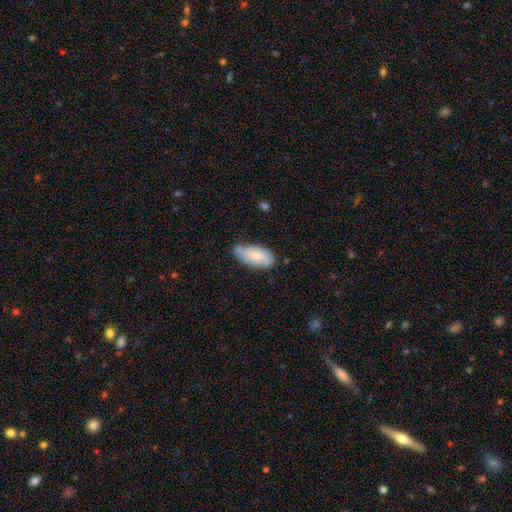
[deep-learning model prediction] smooth_or_featured: smooth (p=0.71) [alt: featured or disk p=0.22]
how_rounded: in between (p=0.92) [alt: cigar-shaped p=0.06]
merging: none (p=0.58) [alt: minor disturbance p=0.30]